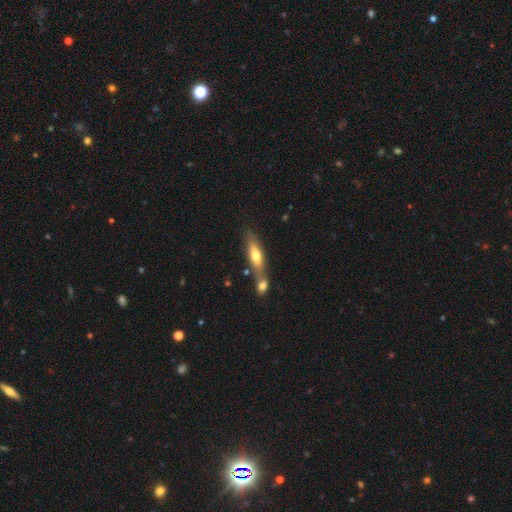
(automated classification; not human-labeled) Smooth or featured? Predicted: smooth (p=0.56). How rounded? Predicted: cigar-shaped (p=0.65). Merging? Predicted: none (p=0.45).